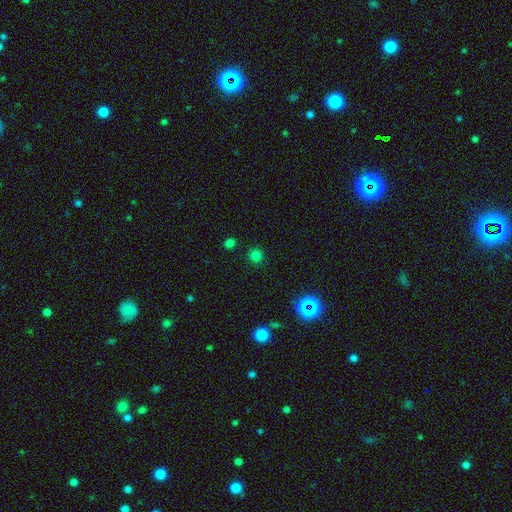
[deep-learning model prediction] Morphology: type=smooth (75%); roundness=round (92%); merging=none (88%).